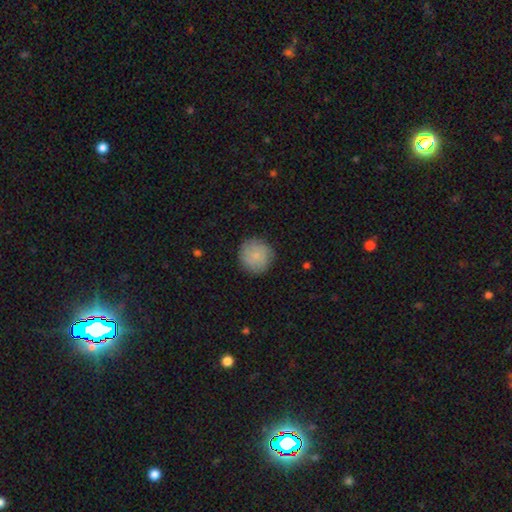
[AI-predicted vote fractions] smooth-or-featured: smooth: 81% | featured or disk: 12% | star or artifact: 7%
  how-rounded: round: 94% | in between: 5% | cigar-shaped: 1%
  merging: none: 85% | minor disturbance: 11% | major disturbance: 3% | merger: 1%